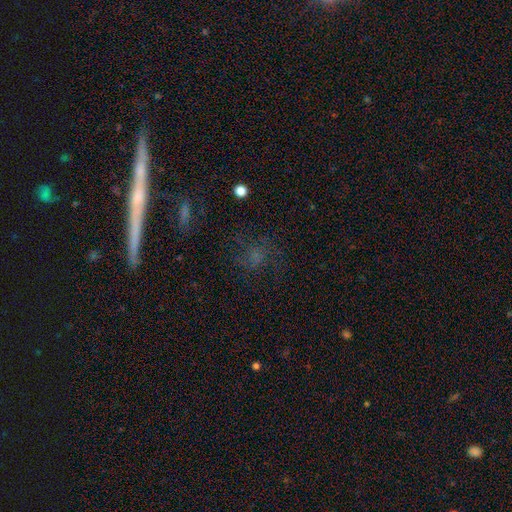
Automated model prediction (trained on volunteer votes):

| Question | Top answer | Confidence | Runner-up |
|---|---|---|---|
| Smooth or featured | smooth | 43% | star or artifact (29%) |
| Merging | none | 64% | major disturbance (17%) |